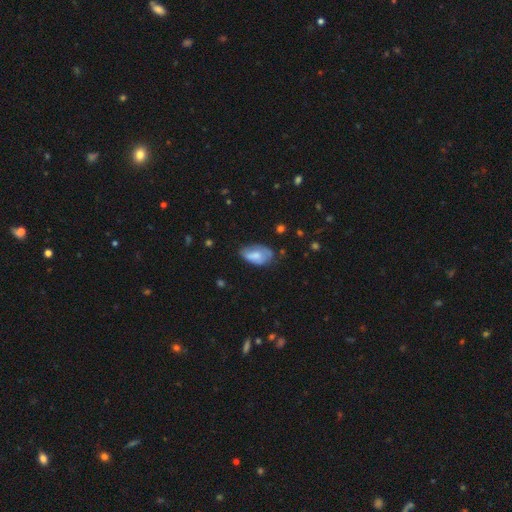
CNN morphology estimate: A smooth galaxy with no disk features (66%) that is in between round and cigar-shaped (93%).

Vote fractions:
- Smooth or featured? smooth: 66% / featured or disk: 26% / star or artifact: 7%
- How rounded? in between: 93% / round: 4% / cigar-shaped: 3%
- Merging? none: 50% / minor disturbance: 35% / major disturbance: 13% / merger: 2%